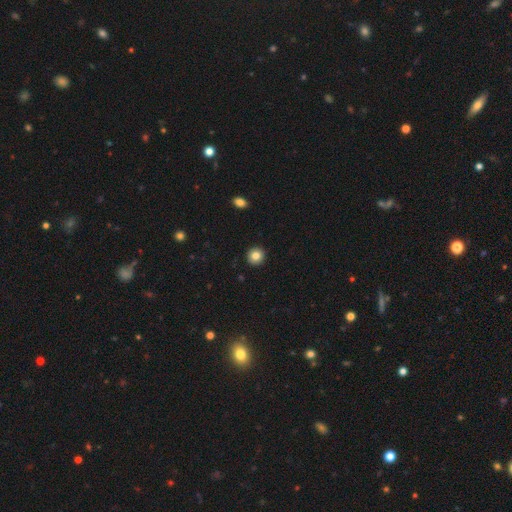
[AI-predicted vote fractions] Smooth or featured? smooth (83%)
How rounded? round (93%)
Merging? none (93%)